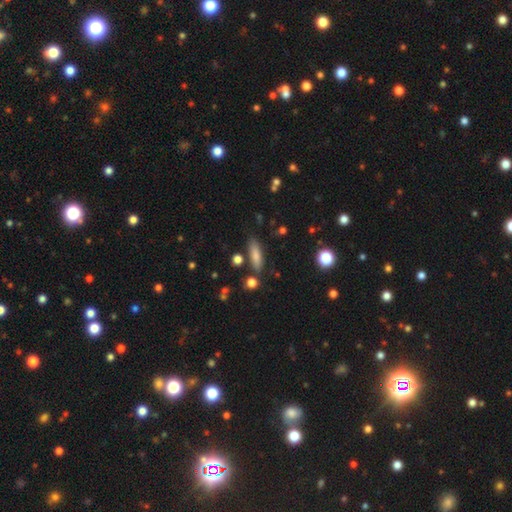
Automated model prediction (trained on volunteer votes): A smooth galaxy with no disk features (79%) that is cigar-shaped (55%).

Vote fractions:
- Smooth or featured? smooth: 79% / featured or disk: 13% / star or artifact: 8%
- How rounded? cigar-shaped: 55% / in between: 42% / round: 3%
- Merging? none: 80% / minor disturbance: 12% / merger: 5% / major disturbance: 3%